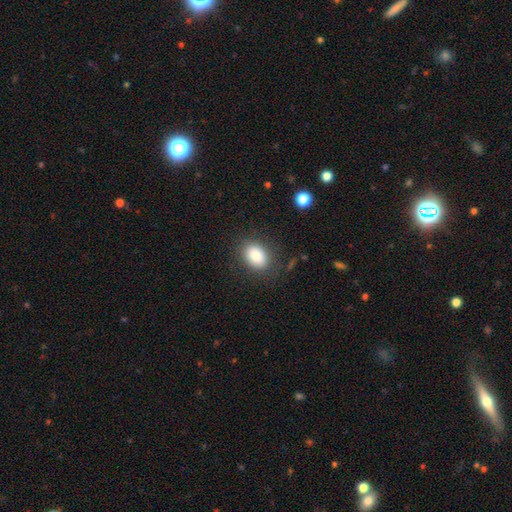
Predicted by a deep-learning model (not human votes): Smooth or featured? Predicted: smooth (p=0.84). How rounded? Predicted: in between (p=0.76). Merging? Predicted: none (p=0.83).